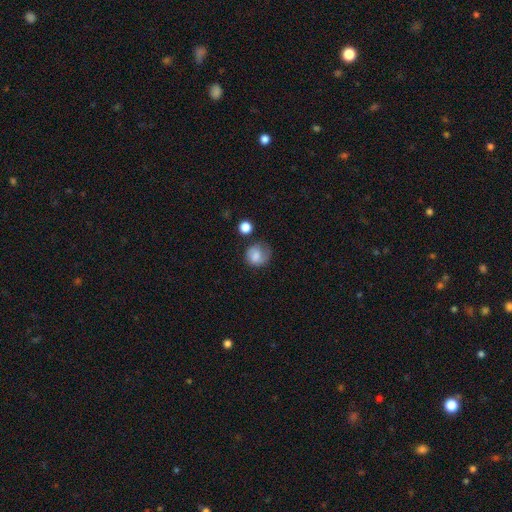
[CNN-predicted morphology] A smooth galaxy with no disk features (76%) that is round (80%). Merging: none (55%).